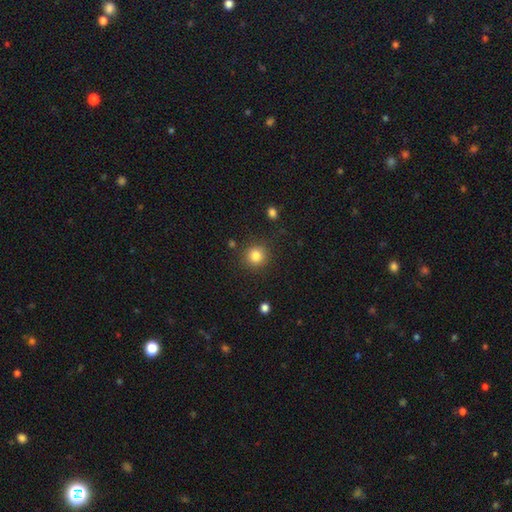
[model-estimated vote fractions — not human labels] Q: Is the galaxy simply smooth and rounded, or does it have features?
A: smooth — 83%.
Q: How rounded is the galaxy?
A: round — 92%.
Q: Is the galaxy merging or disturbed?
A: none — 87%.